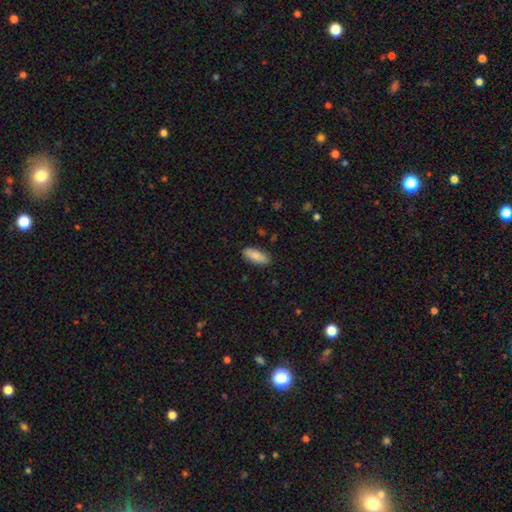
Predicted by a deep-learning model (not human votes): Smooth or featured? Predicted: smooth (p=0.85). How rounded? Predicted: in between (p=0.77). Merging? Predicted: none (p=0.86).